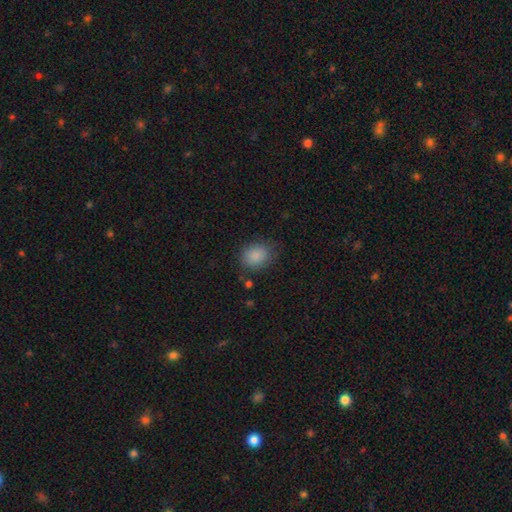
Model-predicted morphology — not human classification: Q: Smooth or featured?
A: smooth (87%); runner-up: star or artifact (9%)
Q: How rounded?
A: round (56%); runner-up: in between (43%)
Q: Merging?
A: none (77%); runner-up: minor disturbance (16%)